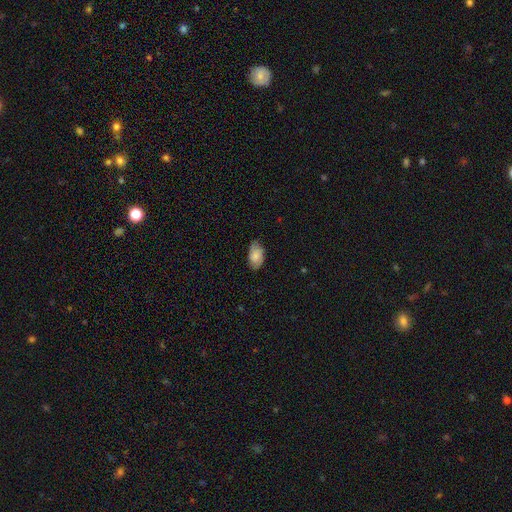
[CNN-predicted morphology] smooth-or-featured: smooth: 68% | featured or disk: 24% | star or artifact: 8%
  how-rounded: in between: 93% | round: 5% | cigar-shaped: 2%
  merging: none: 75% | minor disturbance: 20% | major disturbance: 4% | merger: 1%